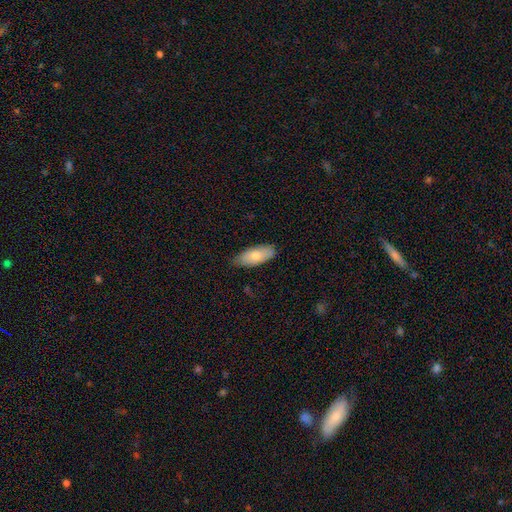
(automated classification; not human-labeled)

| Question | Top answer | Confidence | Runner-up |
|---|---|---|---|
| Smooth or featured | smooth | 79% | featured or disk (16%) |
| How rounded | in between | 85% | cigar-shaped (13%) |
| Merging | none | 78% | minor disturbance (18%) |